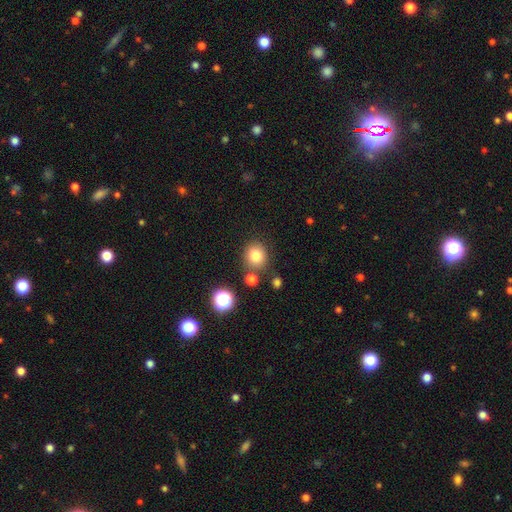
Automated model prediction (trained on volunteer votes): This appears to be a smooth galaxy with no disk features (81%) that is round (79%). Merging: none (77%).